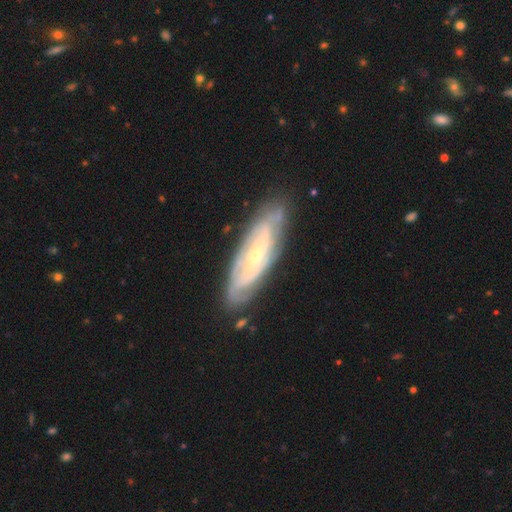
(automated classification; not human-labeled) Smooth or featured: featured or disk — 78% (smooth — 16%)
Edge-on disk: no — 81% (yes — 19%)
Bar: no — 62% (weak — 27%)
Spiral arms: yes — 88% (no — 12%)
Spiral winding: tight — 68% (medium — 25%)
Spiral arm count: can't tell — 51% (2 — 24%)
Bulge size: small — 73% (moderate — 24%)
Merging: none — 78% (minor disturbance — 17%)